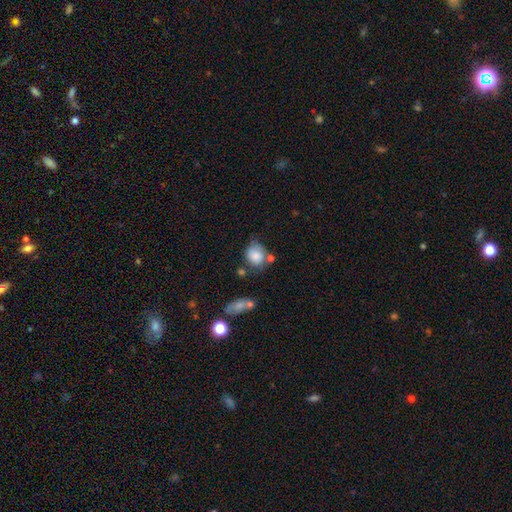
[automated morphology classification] smooth 79%, featured or disk 13%, star or artifact 8%. Down the decision tree: how rounded — round (66%); merging — none (48%).